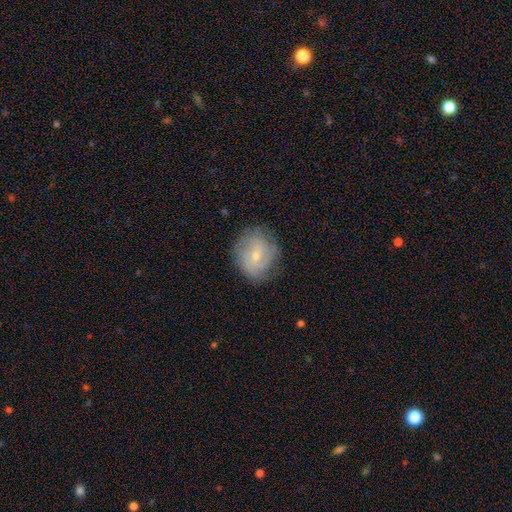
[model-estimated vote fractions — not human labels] This appears to be a featured or disk galaxy (46%). Merging: none (73%).